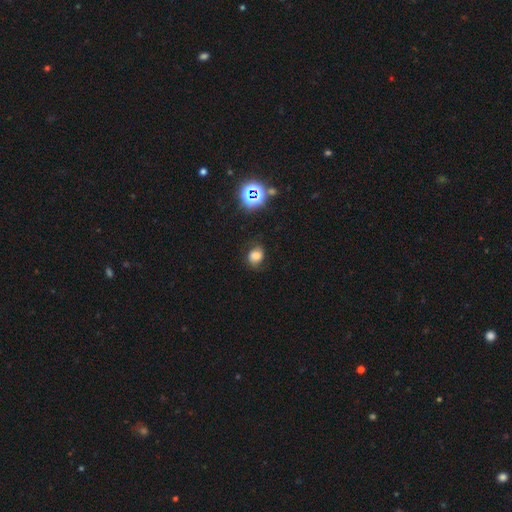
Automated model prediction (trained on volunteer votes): This appears to be a smooth galaxy with no disk features (59%) that is round (52%). Merging: none (70%).